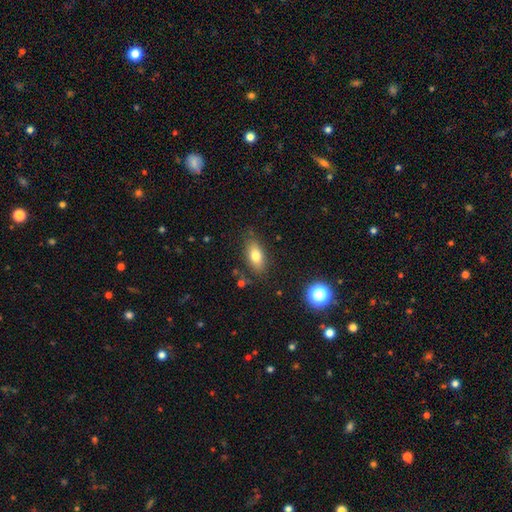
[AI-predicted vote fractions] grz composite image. It shows a smooth galaxy with no disk features (76%) that is in between round and cigar-shaped (85%). Merging: none (79%).